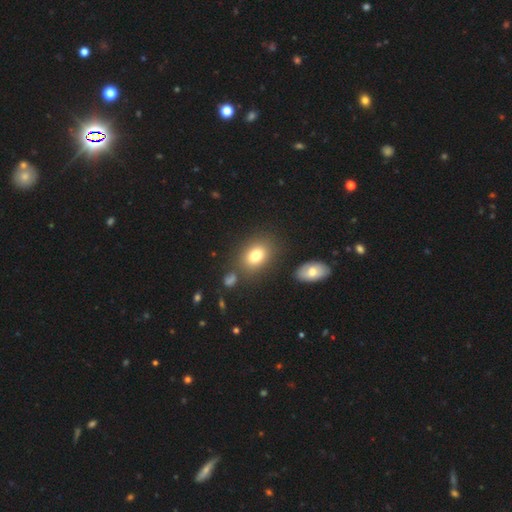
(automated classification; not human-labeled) A smooth galaxy with no disk features (78%) that is in between round and cigar-shaped (66%).

Vote fractions:
- Smooth or featured? smooth: 78% / featured or disk: 11% / star or artifact: 11%
- How rounded? in between: 66% / round: 33% / cigar-shaped: 1%
- Merging? none: 78% / minor disturbance: 11% / merger: 7% / major disturbance: 4%